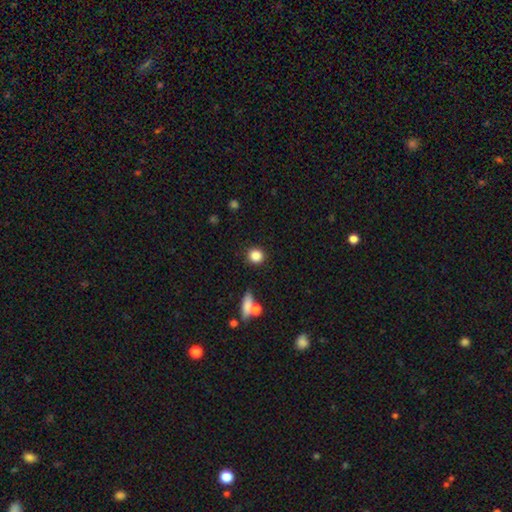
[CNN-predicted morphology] A smooth galaxy with no disk features (86%) that is round (89%).

Vote fractions:
- Smooth or featured? smooth: 86% / star or artifact: 10% / featured or disk: 4%
- How rounded? round: 89% / in between: 10% / cigar-shaped: 1%
- Merging? none: 87% / minor disturbance: 7% / merger: 3% / major disturbance: 3%